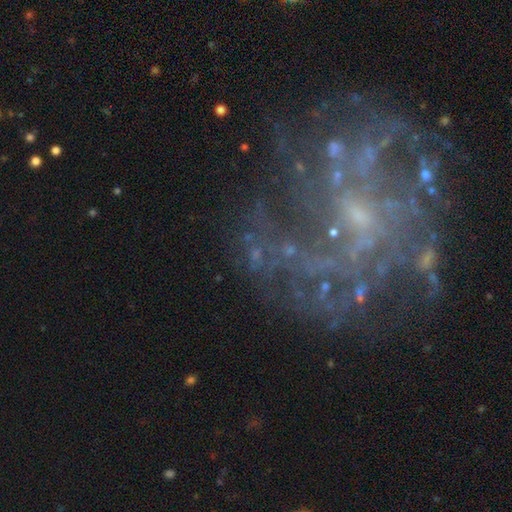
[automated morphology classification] smooth-or-featured: featured or disk: 67% | star or artifact: 21% | smooth: 12%
  disk-edge-on: no: 97% | yes: 3%
    bar: no: 56% | weak: 30% | strong: 14%
    has-spiral-arms: yes: 76% | no: 24%
    bulge-size: small: 59% | none: 21% | moderate: 15% | large: 2% | dominant: 2%
  merging: none: 60% | major disturbance: 19% | minor disturbance: 16% | merger: 4%